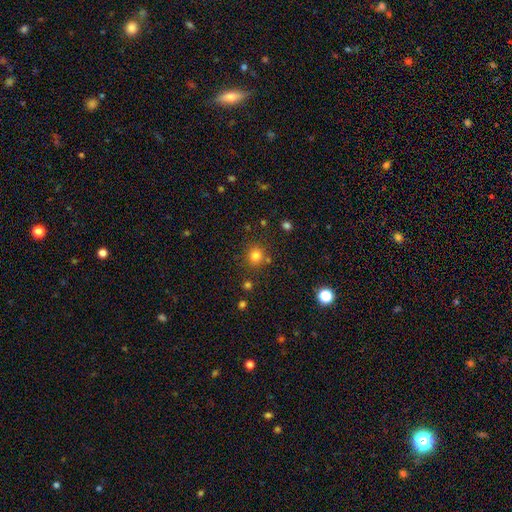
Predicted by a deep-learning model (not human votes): This is likely a smooth galaxy (79%). How rounded: clearly round (89%). Merging: clearly none (82%).